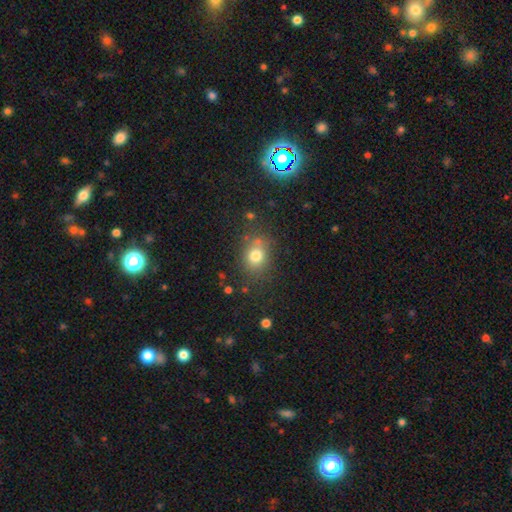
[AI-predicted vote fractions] Smooth or featured? smooth (77%)
How rounded? round (53%)
Merging? none (74%)